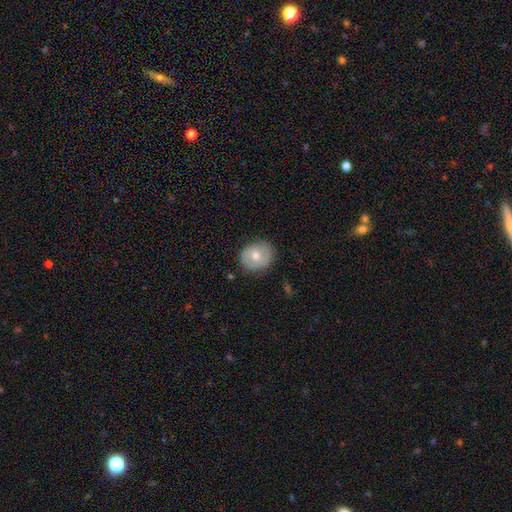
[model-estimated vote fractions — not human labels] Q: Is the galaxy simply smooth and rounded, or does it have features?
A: smooth — 58%.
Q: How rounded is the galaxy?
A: round — 73%.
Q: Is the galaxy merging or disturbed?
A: none — 84%.